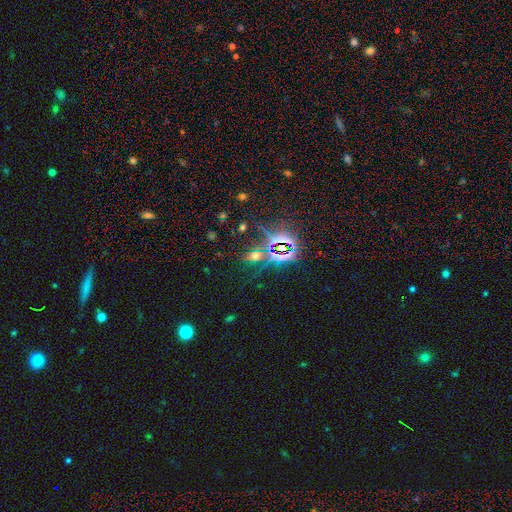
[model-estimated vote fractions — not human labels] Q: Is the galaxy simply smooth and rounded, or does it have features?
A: star or artifact — 68%.